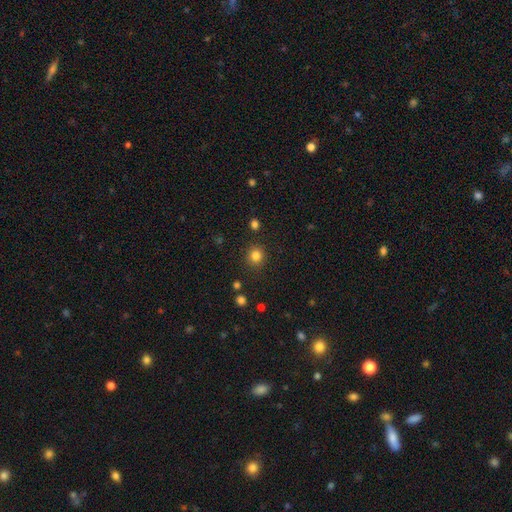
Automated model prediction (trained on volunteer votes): The model was most divided on "smooth or featured": smooth: 82%, star or artifact: 13%, featured or disk: 5%. More confident: how rounded — round (91%); merging — none (88%).